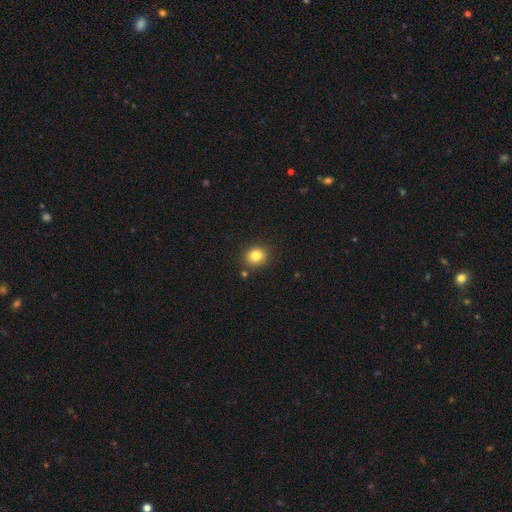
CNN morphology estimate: This appears to be a smooth galaxy with no disk features (82%) that is round (75%). Merging: none (85%).